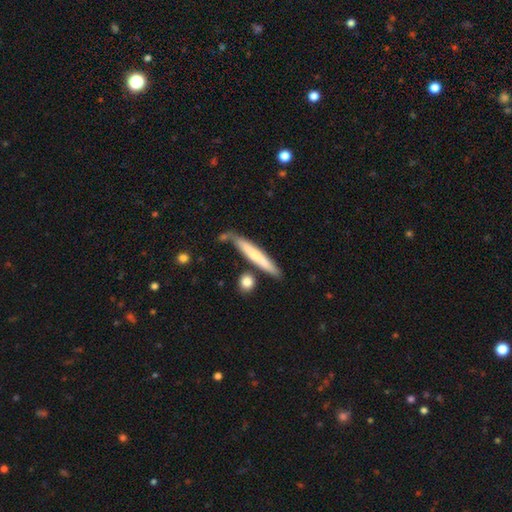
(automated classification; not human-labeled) Smooth or featured?
  - smooth: 60% *
  - featured or disk: 35%
  - star or artifact: 6%
How rounded?
  - cigar-shaped: 93% *
  - in between: 5%
  - round: 1%
Merging?
  - none: 69% *
  - minor disturbance: 17%
  - merger: 10%
  - major disturbance: 4%